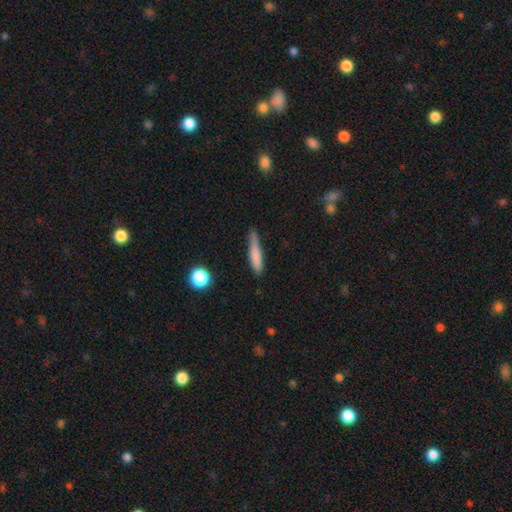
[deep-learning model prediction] smooth-or-featured: smooth: 77% | featured or disk: 16% | star or artifact: 7%
  how-rounded: cigar-shaped: 88% | in between: 10% | round: 2%
  merging: none: 69% | minor disturbance: 24% | major disturbance: 5% | merger: 2%